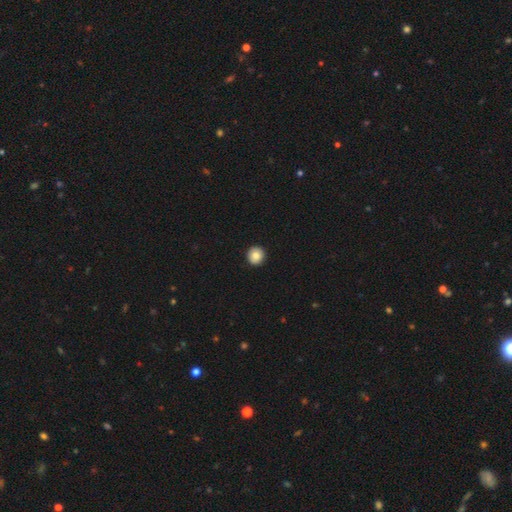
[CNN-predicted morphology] This is clearly a smooth galaxy (83%). How rounded: clearly round (94%). Merging: clearly none (93%).